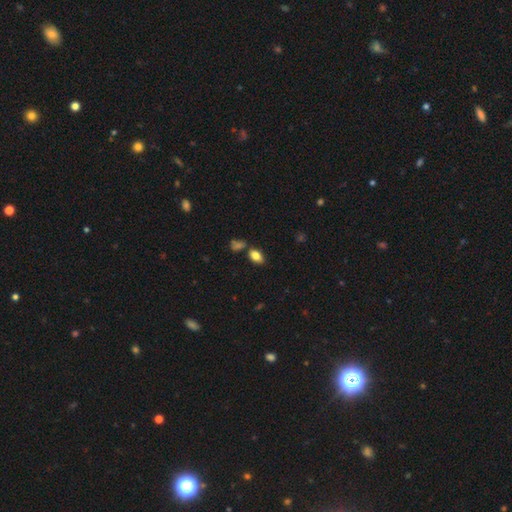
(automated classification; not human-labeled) Smooth or featured? Predicted: smooth (p=0.82). How rounded? Predicted: in between (p=0.89). Merging? Predicted: none (p=0.75).